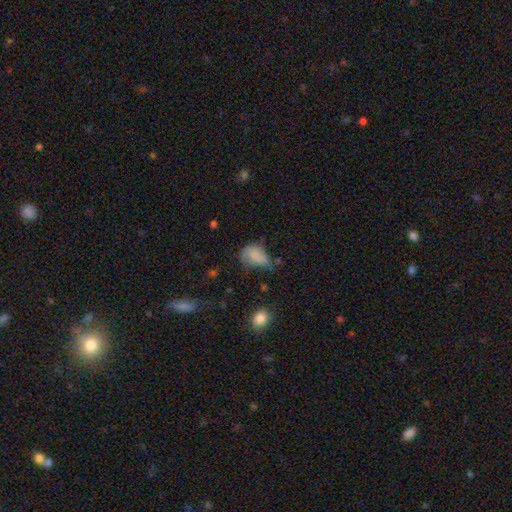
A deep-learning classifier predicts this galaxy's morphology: Smooth or featured?
  - smooth: 68% *
  - featured or disk: 21%
  - star or artifact: 12%
How rounded?
  - in between: 73% *
  - round: 25%
  - cigar-shaped: 2%
Merging?
  - major disturbance: 36% *
  - minor disturbance: 32%
  - none: 26%
  - merger: 6%